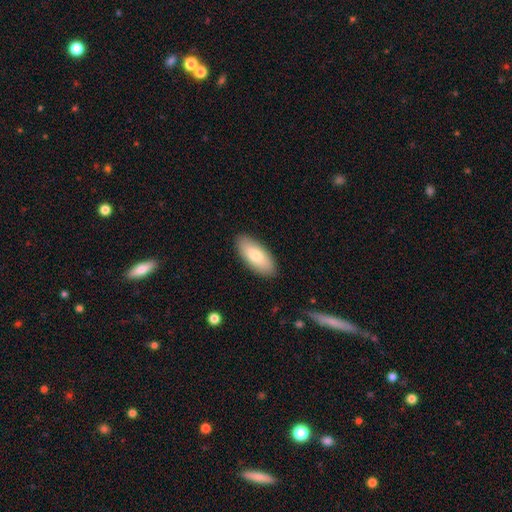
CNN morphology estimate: type=smooth (77%); roundness=in between (84%); merging=none (89%).